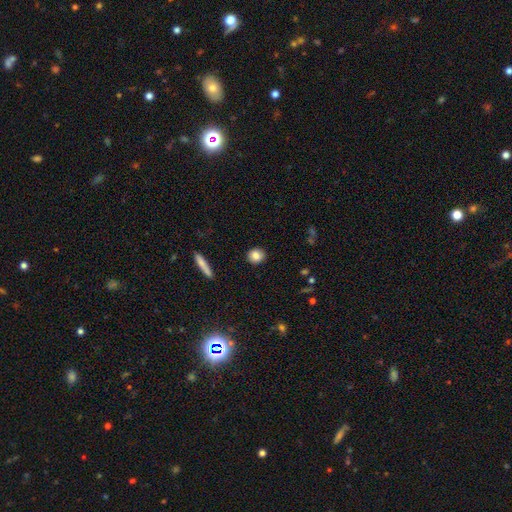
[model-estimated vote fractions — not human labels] Overall: smooth (85%). How rounded: round (76%). Merging: none (91%).